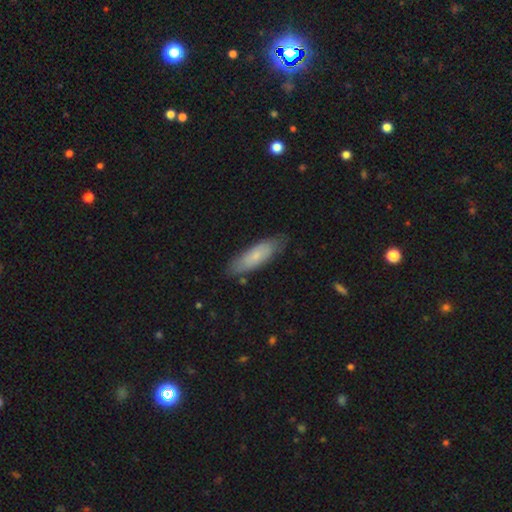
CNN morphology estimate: A smooth galaxy with no disk features (72%) that is in between round and cigar-shaped (50%). Merging: none (78%).